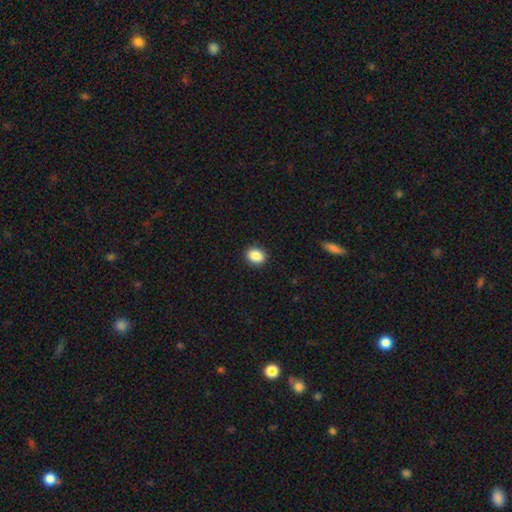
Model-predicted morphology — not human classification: Smooth or featured? Predicted: smooth (p=0.88). How rounded? Predicted: round (p=0.50). Merging? Predicted: none (p=0.91).